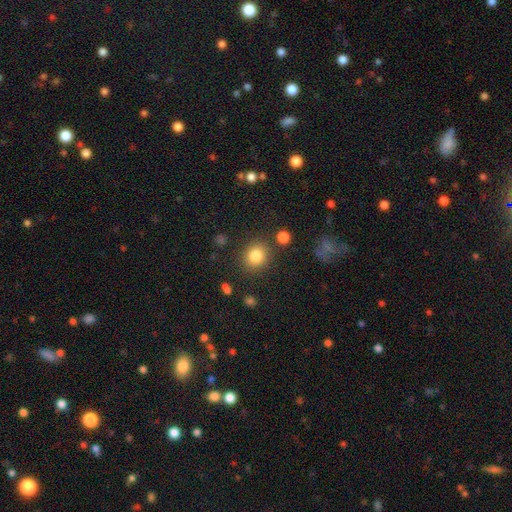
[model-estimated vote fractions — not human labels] Smooth or featured: smooth — 83% (star or artifact — 11%)
How rounded: round — 75% (in between — 24%)
Merging: none — 83% (minor disturbance — 9%)